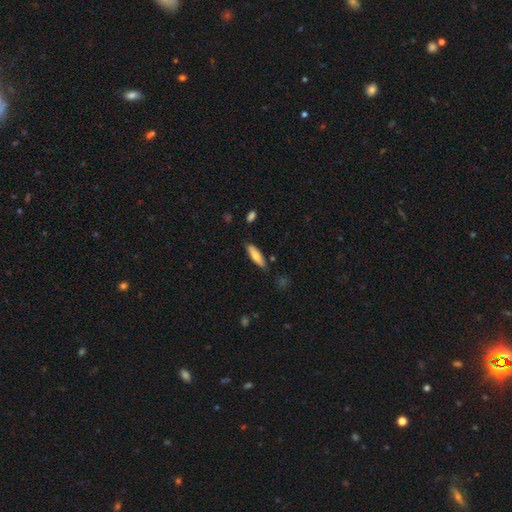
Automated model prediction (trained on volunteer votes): Smooth or featured? Predicted: smooth (p=0.71). How rounded? Predicted: cigar-shaped (p=0.60). Merging? Predicted: none (p=0.83).